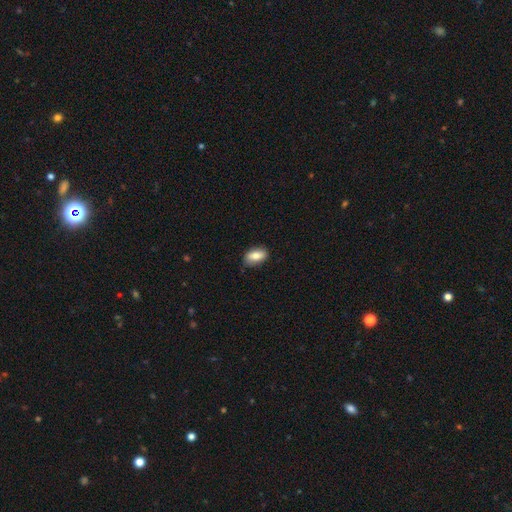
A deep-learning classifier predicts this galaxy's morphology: Overall: smooth (82%). How rounded: in between (91%). Merging: none (82%).